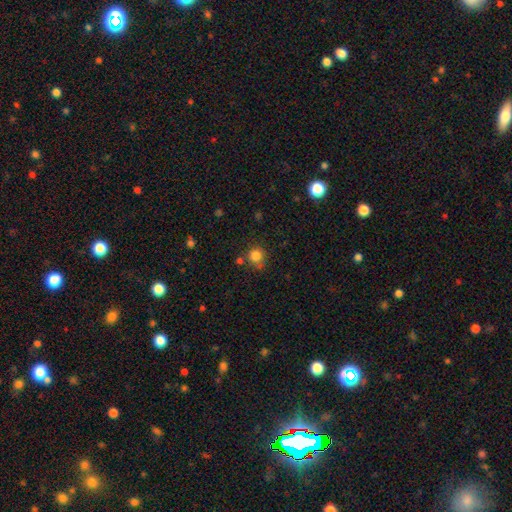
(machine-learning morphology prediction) Overall: smooth (83%). How rounded: round (88%). Merging: none (68%).